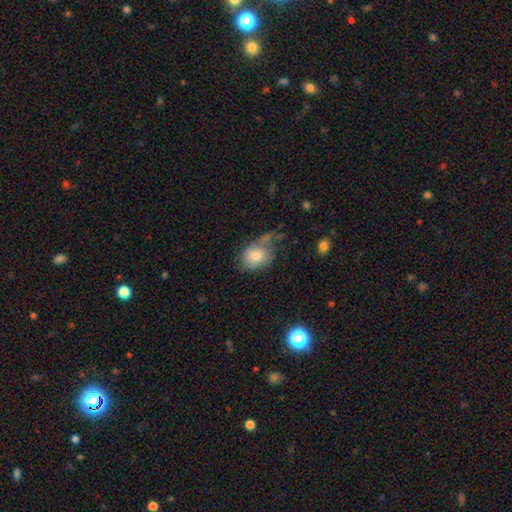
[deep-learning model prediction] This appears to be a smooth galaxy with no disk features (75%) that is in between round and cigar-shaped (54%). Merging: none (43%).